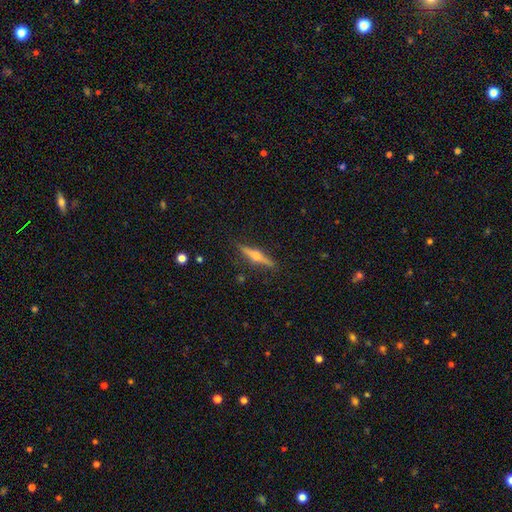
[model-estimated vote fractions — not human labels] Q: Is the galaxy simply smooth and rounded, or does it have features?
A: featured or disk — 75%.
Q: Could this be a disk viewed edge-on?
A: yes — 98%.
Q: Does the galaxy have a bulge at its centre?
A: rounded — 93%.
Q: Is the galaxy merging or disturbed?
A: none — 90%.